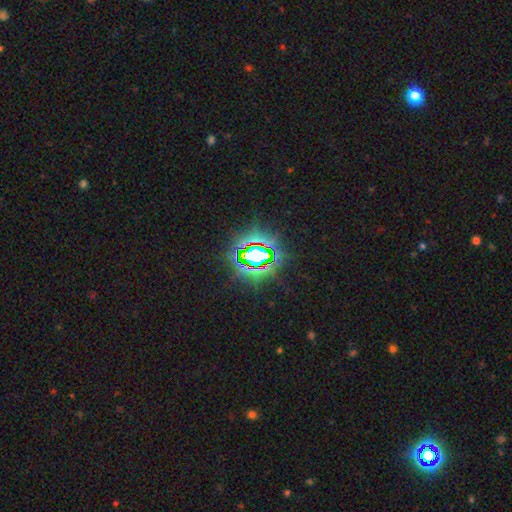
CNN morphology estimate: A star or artifact, not a galaxy (77%).